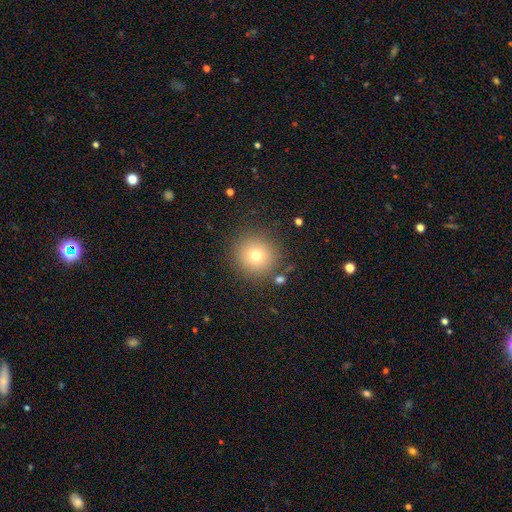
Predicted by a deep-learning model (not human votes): smooth_or_featured: smooth (p=0.73) [alt: star or artifact p=0.15]
how_rounded: round (p=0.95) [alt: in between p=0.04]
merging: none (p=0.86) [alt: minor disturbance p=0.07]